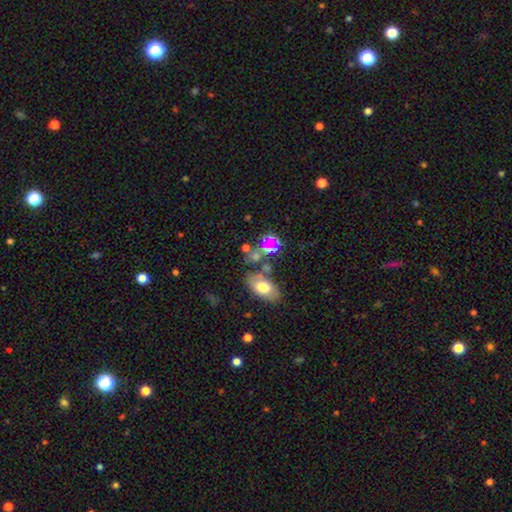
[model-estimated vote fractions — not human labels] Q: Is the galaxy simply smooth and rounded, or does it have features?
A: smooth — 57%.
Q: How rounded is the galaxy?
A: in between — 68%.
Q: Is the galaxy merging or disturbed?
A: none — 55%.